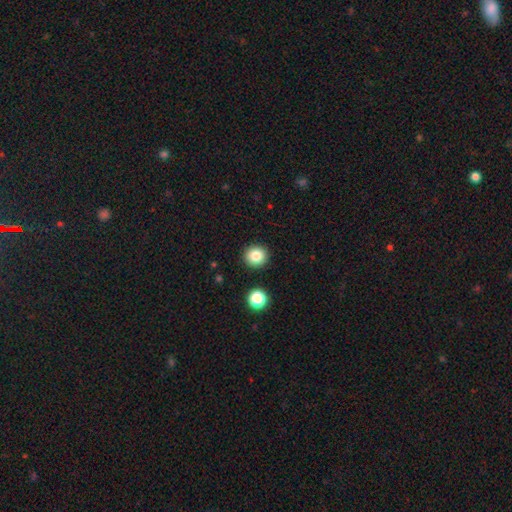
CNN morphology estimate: smooth_or_featured: smooth (p=0.84) [alt: star or artifact p=0.11]
how_rounded: round (p=0.93) [alt: in between p=0.06]
merging: none (p=0.91) [alt: minor disturbance p=0.05]